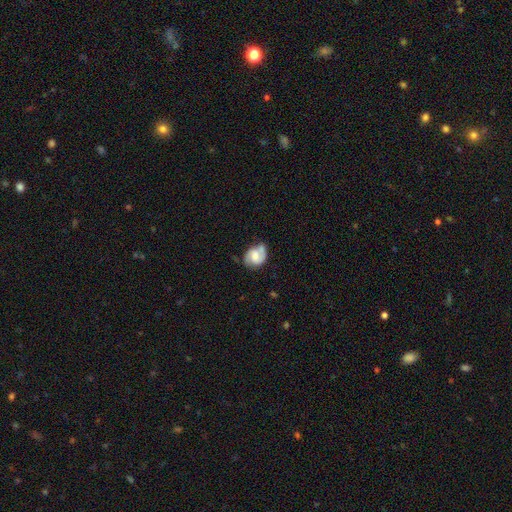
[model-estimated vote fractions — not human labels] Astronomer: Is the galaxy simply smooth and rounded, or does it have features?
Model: featured or disk — 67%.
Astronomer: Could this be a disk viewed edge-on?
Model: no — 98%.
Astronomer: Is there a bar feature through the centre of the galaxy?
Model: weak — 45% (runner-up: no, 41%).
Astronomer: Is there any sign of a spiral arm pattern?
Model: yes — 91%.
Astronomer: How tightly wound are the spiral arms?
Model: medium — 47% (runner-up: tight, 33%).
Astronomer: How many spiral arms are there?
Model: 2 — 84%.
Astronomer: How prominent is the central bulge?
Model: moderate — 41% (runner-up: small, 27%).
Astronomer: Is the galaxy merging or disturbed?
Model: none — 59%.